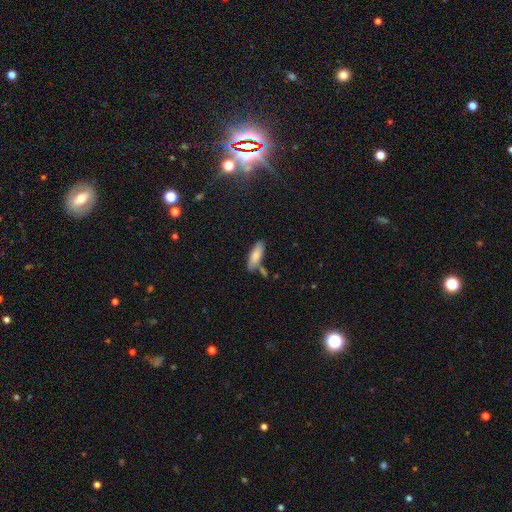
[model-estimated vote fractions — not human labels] Overall: smooth (77%). How rounded: in between (61%; cigar-shaped 37%). Merging: none (69%).